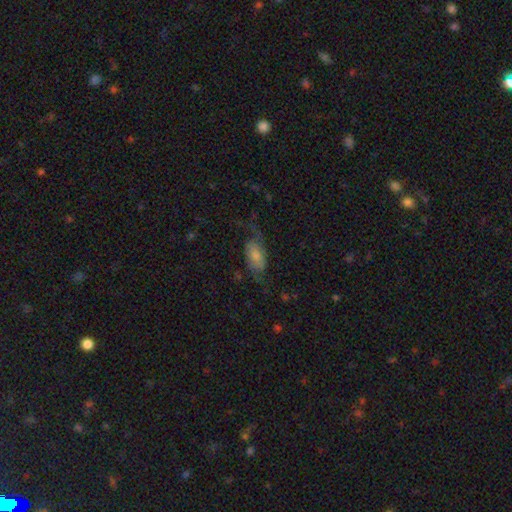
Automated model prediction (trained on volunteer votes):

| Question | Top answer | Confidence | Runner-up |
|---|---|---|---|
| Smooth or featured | featured or disk | 53% | smooth (39%) |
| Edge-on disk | no | 93% | yes (7%) |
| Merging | none | 49% | major disturbance (28%) |